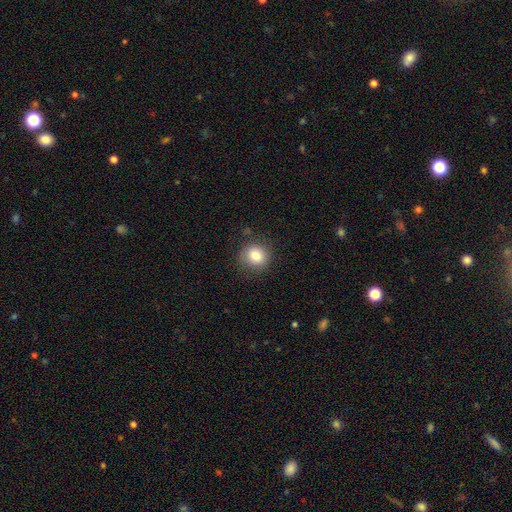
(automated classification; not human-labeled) Smooth or featured? smooth (81%)
How rounded? round (88%)
Merging? none (84%)